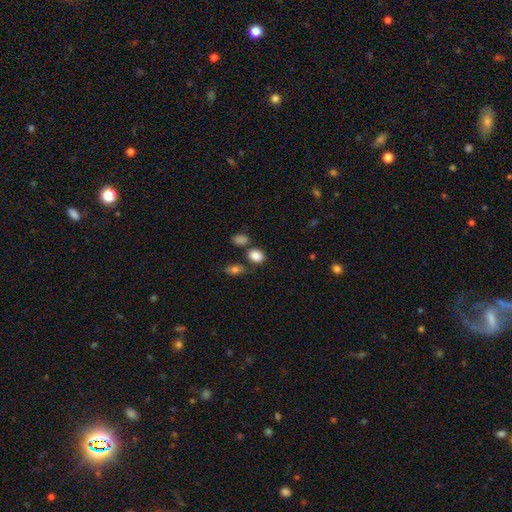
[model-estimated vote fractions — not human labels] Morphology: type=smooth (85%); roundness=in between (61%); merging=none (67%).